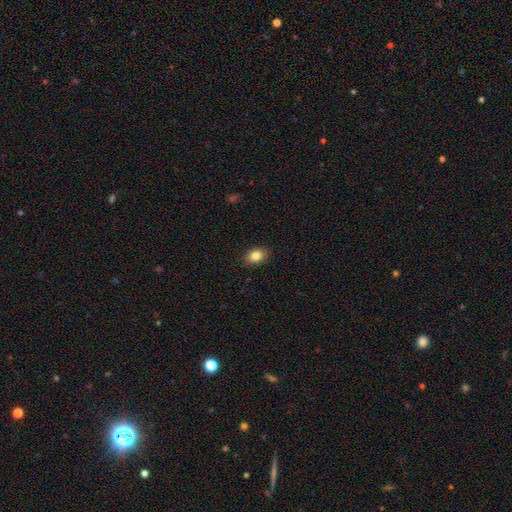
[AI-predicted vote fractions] A smooth galaxy with no disk features (85%) that is in between round and cigar-shaped (74%). Merging: none (89%).